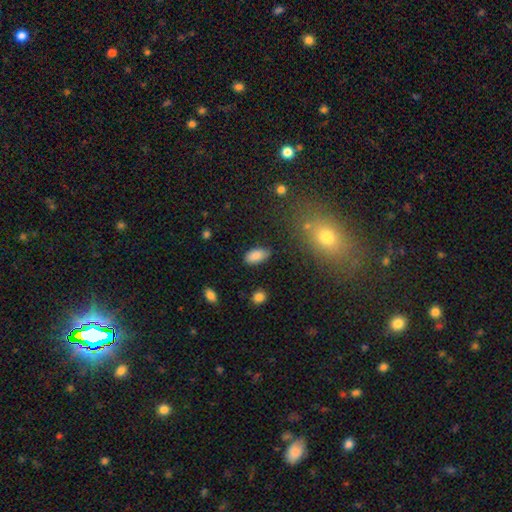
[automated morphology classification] The model was most divided on "merging": none: 82%, minor disturbance: 13%, major disturbance: 3%, merger: 2%. More confident: how rounded — in between (93%); smooth or featured — smooth (85%).